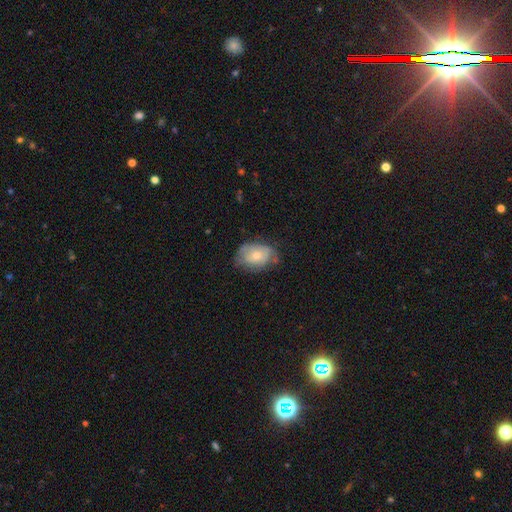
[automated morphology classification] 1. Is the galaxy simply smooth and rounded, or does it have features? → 47% smooth, 44% featured or disk, 9% star or artifact.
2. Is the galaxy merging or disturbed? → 63% none, 27% minor disturbance, 9% major disturbance, 1% merger.